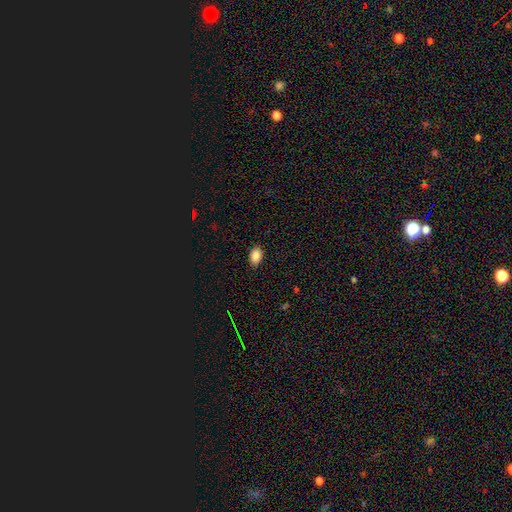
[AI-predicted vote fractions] A smooth galaxy with no disk features (88%) that is in between round and cigar-shaped (84%). Merging: none (89%).